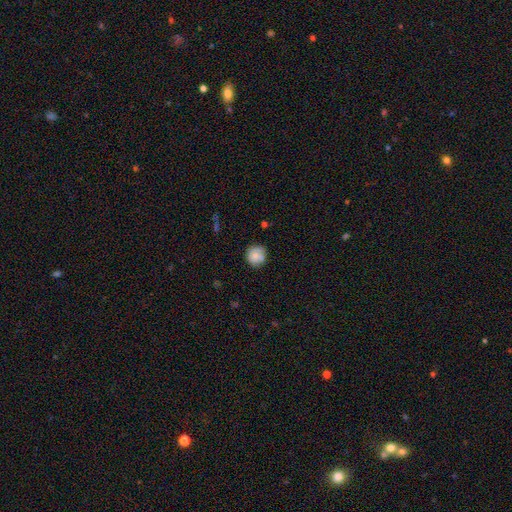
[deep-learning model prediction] Q: Smooth or featured?
A: smooth (70%); runner-up: featured or disk (22%)
Q: How rounded?
A: round (85%); runner-up: in between (14%)
Q: Merging?
A: none (67%); runner-up: minor disturbance (21%)